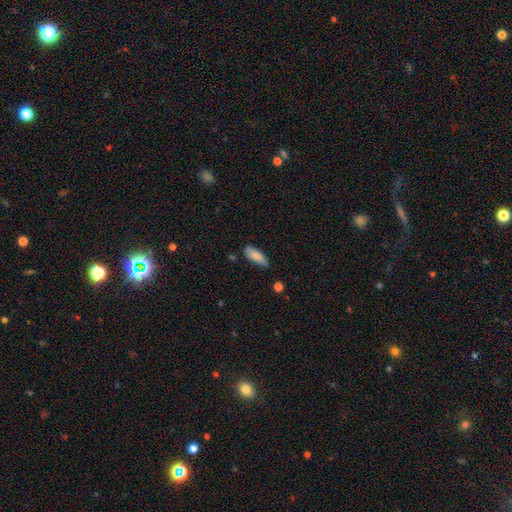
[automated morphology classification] Q: Smooth or featured?
A: smooth (85%); runner-up: featured or disk (9%)
Q: How rounded?
A: in between (70%); runner-up: cigar-shaped (28%)
Q: Merging?
A: none (70%); runner-up: minor disturbance (24%)